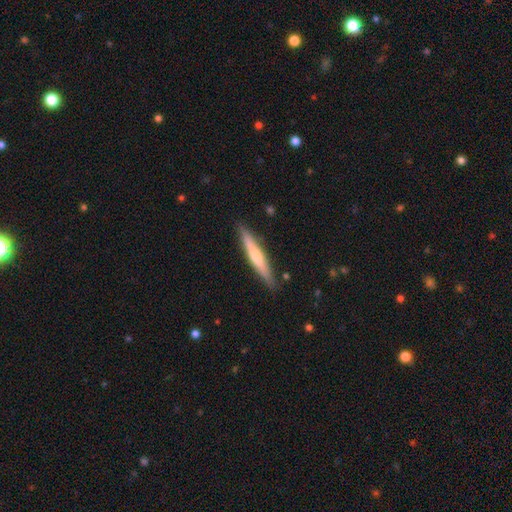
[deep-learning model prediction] Q: Smooth or featured?
A: smooth (54%); runner-up: featured or disk (41%)
Q: How rounded?
A: cigar-shaped (94%); runner-up: in between (4%)
Q: Merging?
A: none (88%); runner-up: minor disturbance (9%)